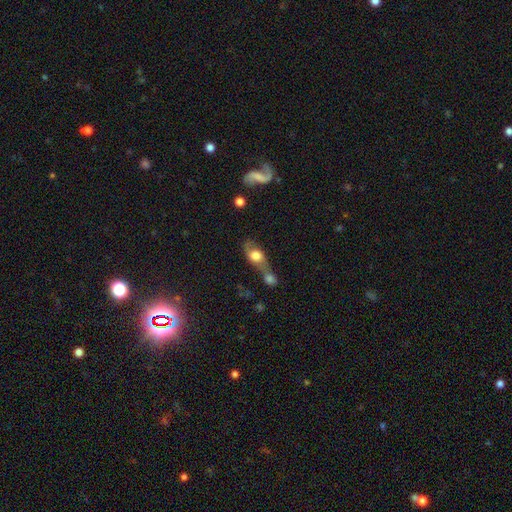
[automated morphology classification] Smooth or featured: smooth — 65% (featured or disk — 27%)
How rounded: in between — 72% (round — 21%)
Merging: merger — 55% (none — 25%)